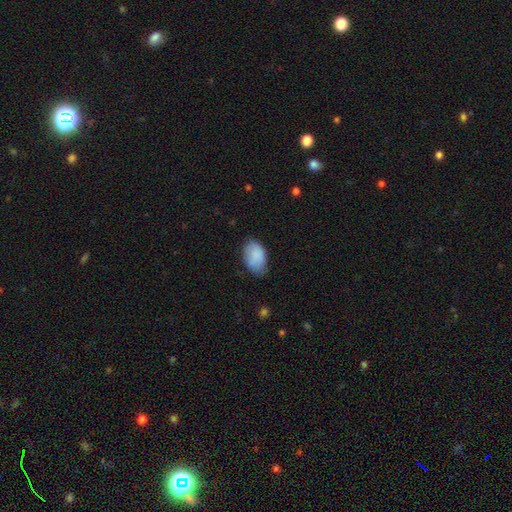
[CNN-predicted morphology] A smooth galaxy with no disk features (88%) that is in between round and cigar-shaped (91%).

Vote fractions:
- Smooth or featured? smooth: 88% / star or artifact: 7% / featured or disk: 6%
- How rounded? in between: 91% / round: 8% / cigar-shaped: 1%
- Merging? none: 68% / minor disturbance: 26% / major disturbance: 5% / merger: 1%